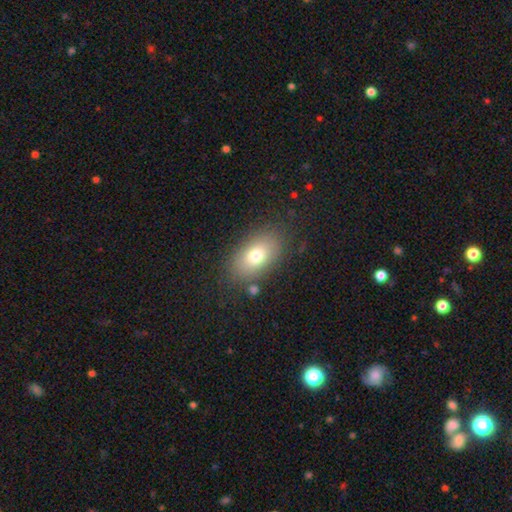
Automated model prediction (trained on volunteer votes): A smooth galaxy with no disk features (75%) that is in between round and cigar-shaped (88%). Merging: none (81%).